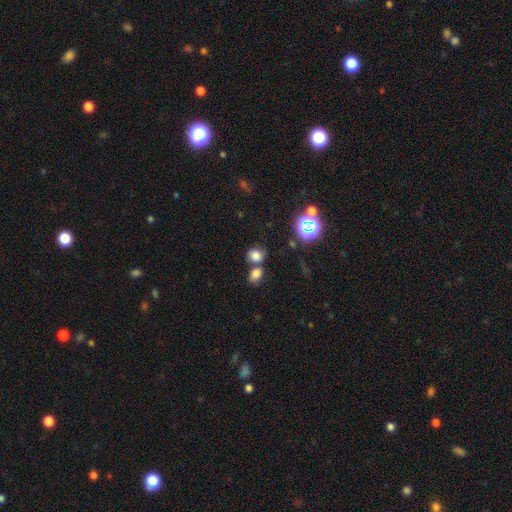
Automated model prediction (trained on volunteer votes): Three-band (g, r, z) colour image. It shows a smooth galaxy with no disk features (73%) that is round (65%). Merging: none (50%).